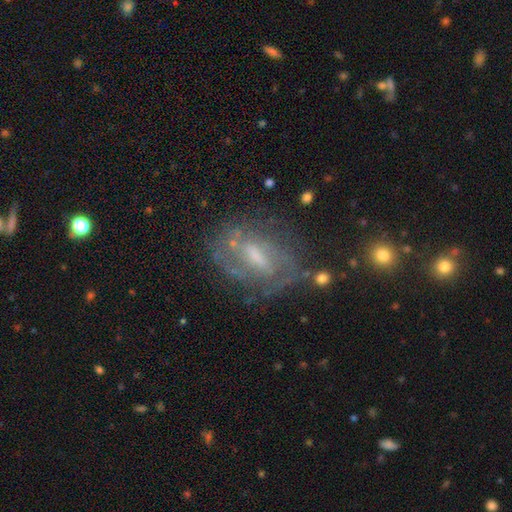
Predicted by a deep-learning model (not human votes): Smooth or featured?
  - featured or disk: 74% *
  - smooth: 17%
  - star or artifact: 9%
Edge-on disk?
  - no: 92% *
  - yes: 8%
Bar?
  - weak: 45% *
  - strong: 38%
  - no: 17%
Spiral arms?
  - yes: 73% *
  - no: 27%
Bulge size?
  - moderate: 41% *
  - small: 32%
  - none: 20%
  - large: 7%
  - dominant: 1%
Merging?
  - none: 62% *
  - minor disturbance: 21%
  - major disturbance: 14%
  - merger: 4%